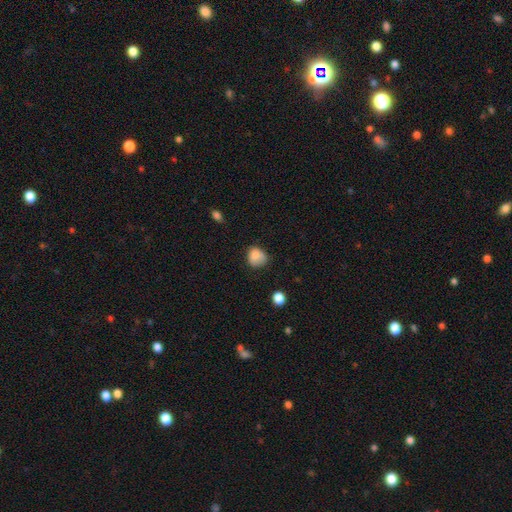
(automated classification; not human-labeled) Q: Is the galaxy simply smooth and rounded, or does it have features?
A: smooth — 81%.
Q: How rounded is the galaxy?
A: round — 66%.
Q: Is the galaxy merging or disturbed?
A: none — 52%.